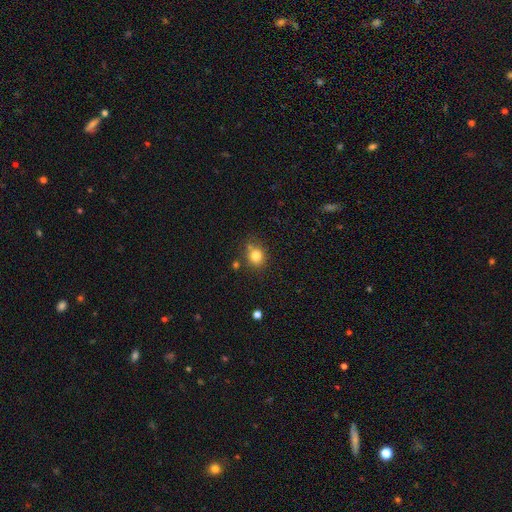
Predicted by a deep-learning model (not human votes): Smooth or featured? Predicted: smooth (p=0.80). How rounded? Predicted: round (p=0.79). Merging? Predicted: none (p=0.72).